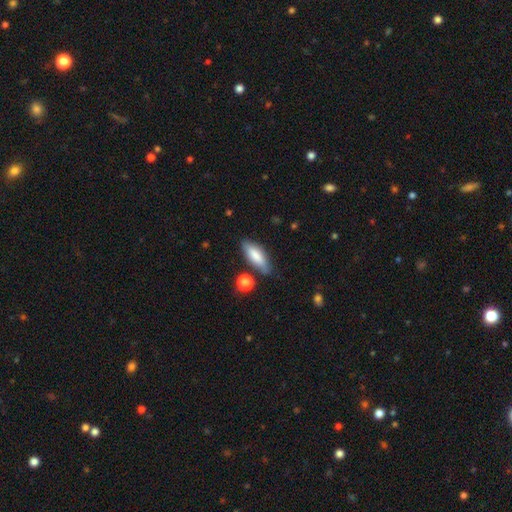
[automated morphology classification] Smooth or featured? Predicted: smooth (p=0.77). How rounded? Predicted: in between (p=0.61). Merging? Predicted: none (p=0.76).